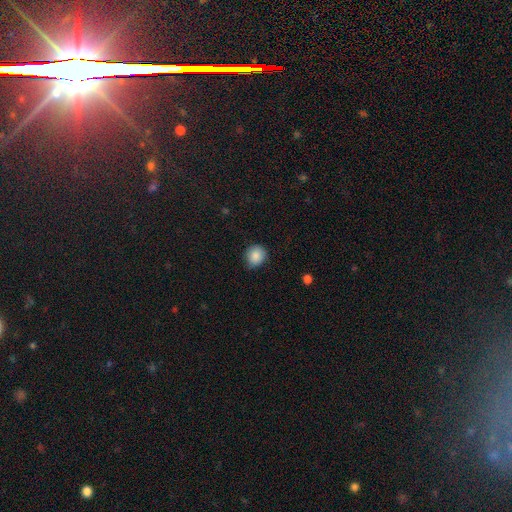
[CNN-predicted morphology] Smooth or featured? smooth (87%)
How rounded? round (83%)
Merging? none (76%)